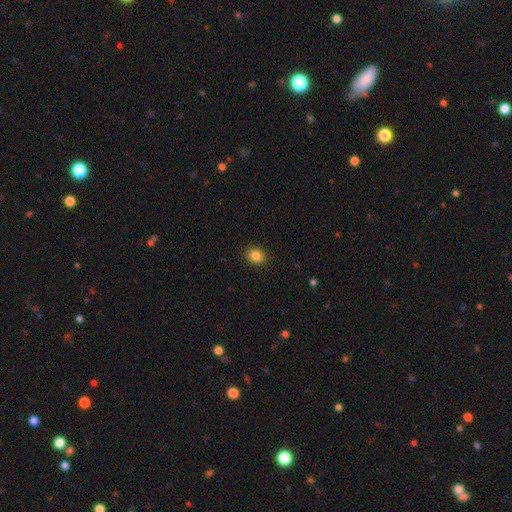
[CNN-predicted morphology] Q: Smooth or featured?
A: smooth (85%); runner-up: star or artifact (11%)
Q: How rounded?
A: round (64%); runner-up: in between (35%)
Q: Merging?
A: none (90%); runner-up: minor disturbance (7%)